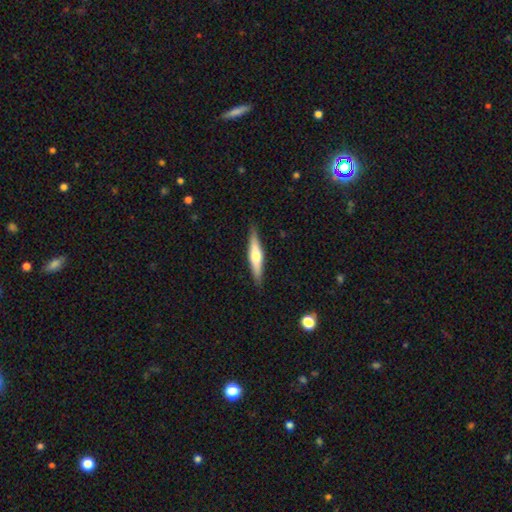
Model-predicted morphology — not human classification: Q: Smooth or featured?
A: featured or disk (51%); runner-up: smooth (44%)
Q: Edge-on disk?
A: yes (95%); runner-up: no (5%)
Q: Merging?
A: none (89%); runner-up: minor disturbance (8%)